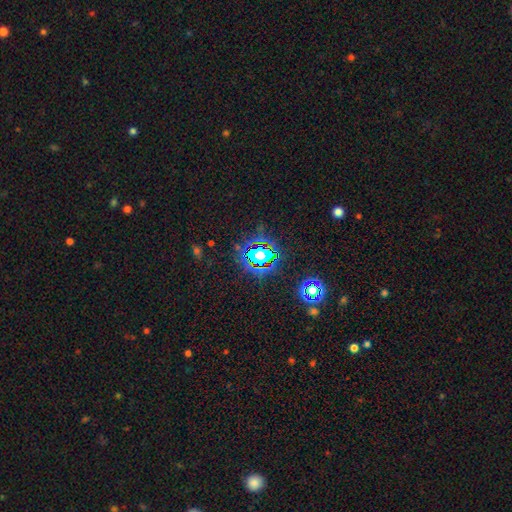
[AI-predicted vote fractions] smooth_or_featured: star or artifact (p=0.82) [alt: smooth p=0.11]